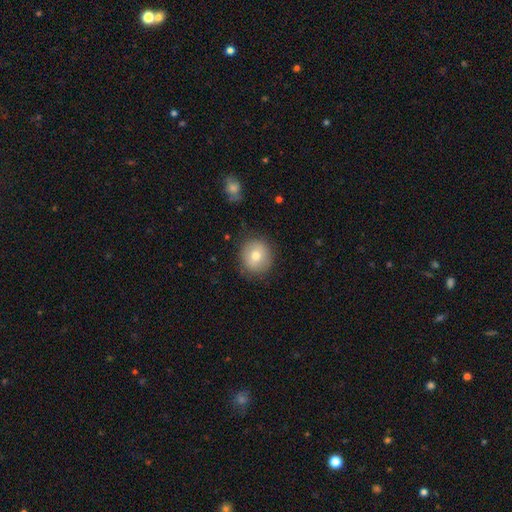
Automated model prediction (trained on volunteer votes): Smooth or featured: smooth — 75% (featured or disk — 16%)
How rounded: round — 89% (in between — 10%)
Merging: none — 85% (minor disturbance — 11%)